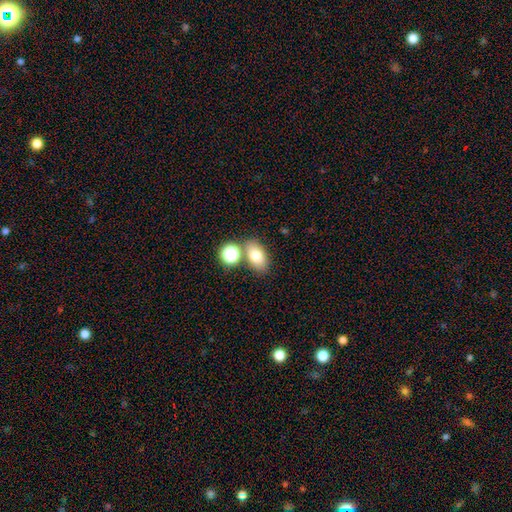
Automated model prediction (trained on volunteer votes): Smooth or featured: smooth — 76% (featured or disk — 13%)
How rounded: in between — 84% (round — 14%)
Merging: none — 68% (merger — 18%)